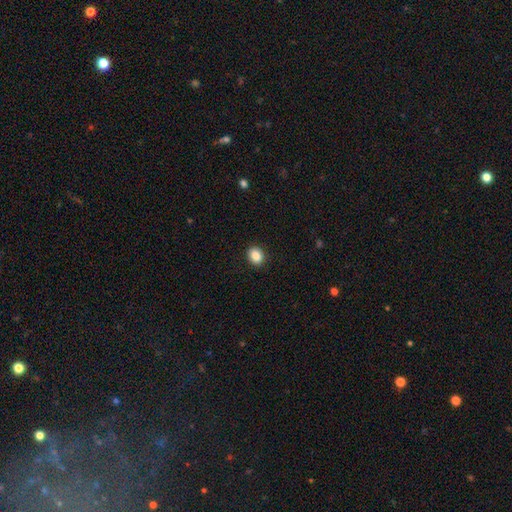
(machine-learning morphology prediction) Smooth or featured? Predicted: smooth (p=0.88). How rounded? Predicted: in between (p=0.52). Merging? Predicted: none (p=0.91).